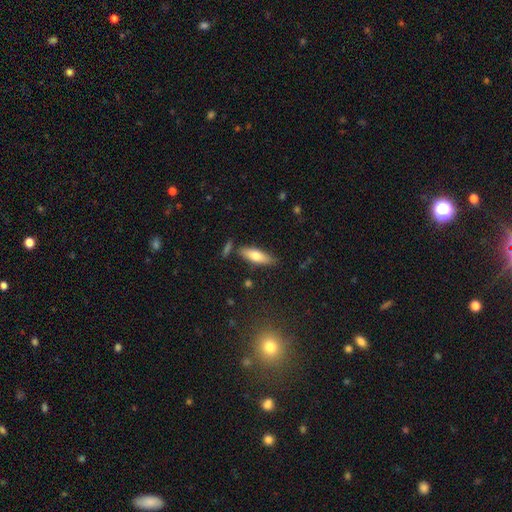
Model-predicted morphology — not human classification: smooth_or_featured: smooth (p=0.69) [alt: featured or disk p=0.24]
how_rounded: in between (p=0.52) [alt: cigar-shaped p=0.45]
merging: none (p=0.78) [alt: minor disturbance p=0.14]